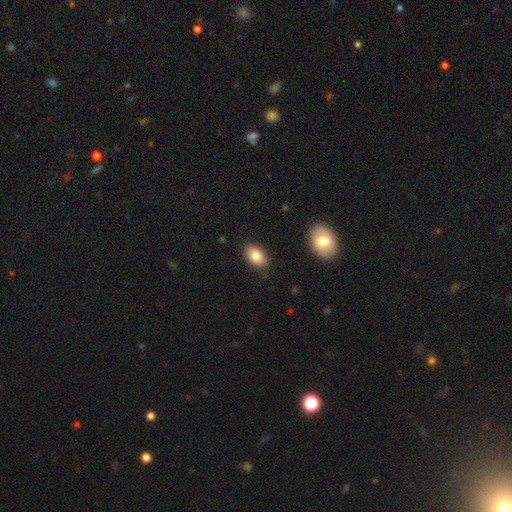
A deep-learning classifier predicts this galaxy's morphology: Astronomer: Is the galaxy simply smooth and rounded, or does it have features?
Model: smooth — 86%.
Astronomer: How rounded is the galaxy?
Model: in between — 90%.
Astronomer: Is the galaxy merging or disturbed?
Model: none — 84%.